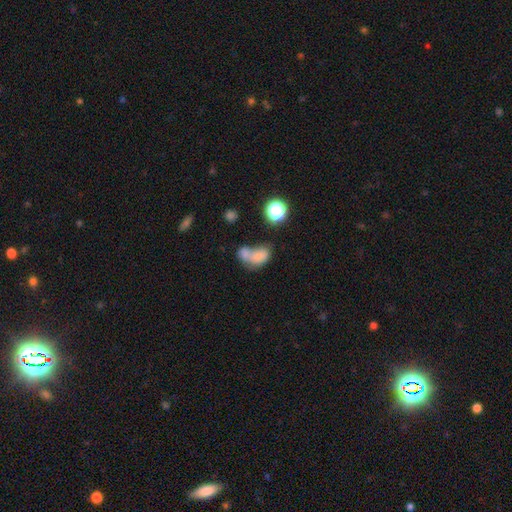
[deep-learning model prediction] smooth 69%, featured or disk 18%, star or artifact 13%. Down the decision tree: how rounded — in between (79%); merging — merger (60%).